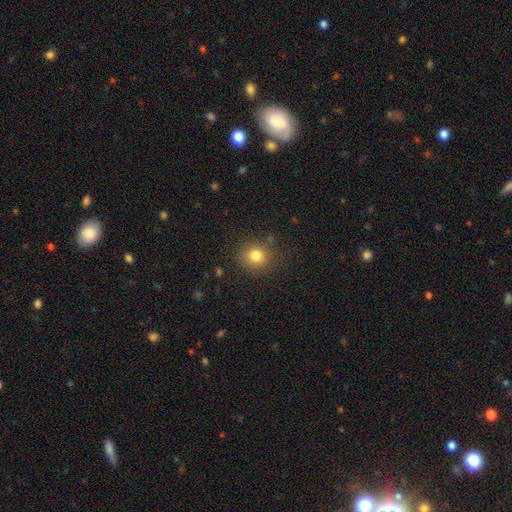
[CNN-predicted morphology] The model was most divided on "smooth or featured": smooth: 79%, star or artifact: 13%, featured or disk: 7%. More confident: how rounded — round (86%); merging — none (85%).